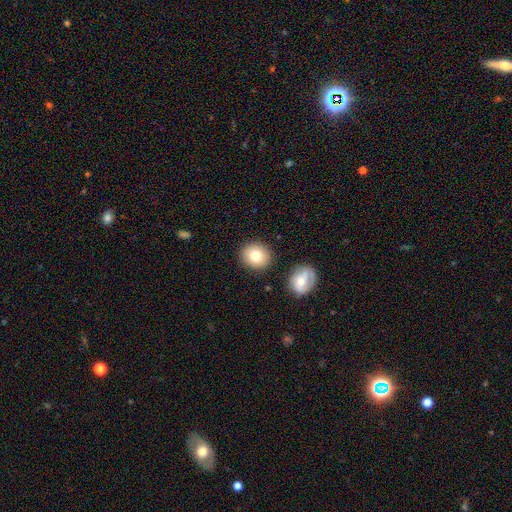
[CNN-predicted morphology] This is likely a smooth galaxy (79%). How rounded: clearly round (82%). Merging: clearly none (84%).